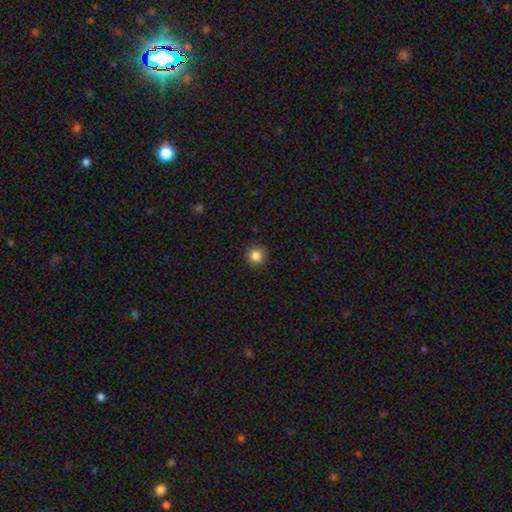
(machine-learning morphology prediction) Smooth or featured? smooth (85%)
How rounded? round (94%)
Merging? none (92%)